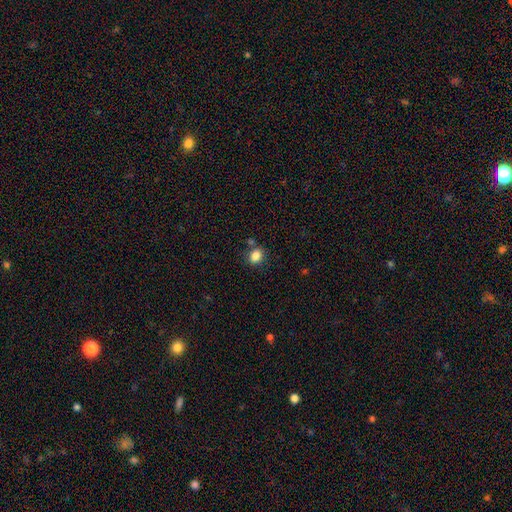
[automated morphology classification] Smooth or featured?
  - smooth: 84% *
  - star or artifact: 10%
  - featured or disk: 5%
How rounded?
  - in between: 55% *
  - round: 43%
  - cigar-shaped: 1%
Merging?
  - none: 75% *
  - minor disturbance: 13%
  - merger: 9%
  - major disturbance: 3%